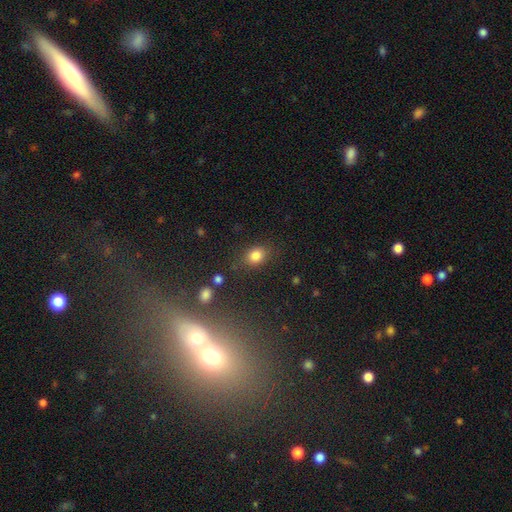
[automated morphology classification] Smooth or featured? Predicted: smooth (p=0.83). How rounded? Predicted: in between (p=0.57). Merging? Predicted: none (p=0.79).